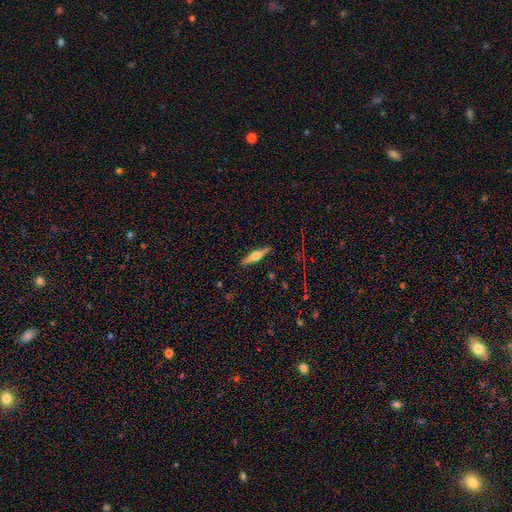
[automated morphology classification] Overall: featured or disk (62%; smooth 31%). Edge-on disk: yes (96%). Edge-on bulge: rounded (92%). Merging: none (89%).